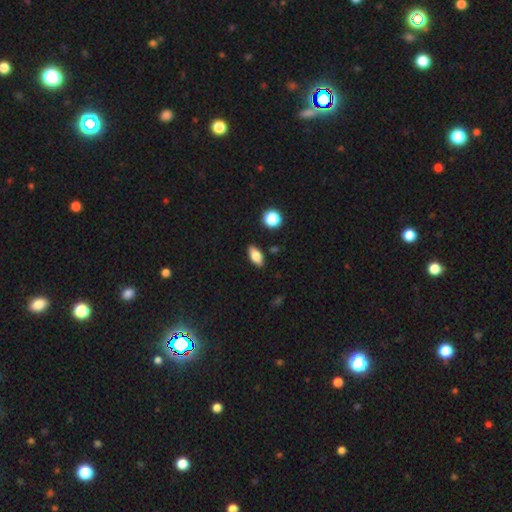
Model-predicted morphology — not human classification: Q: Smooth or featured?
A: smooth (78%); runner-up: featured or disk (13%)
Q: How rounded?
A: in between (85%); runner-up: cigar-shaped (9%)
Q: Merging?
A: none (87%); runner-up: minor disturbance (9%)